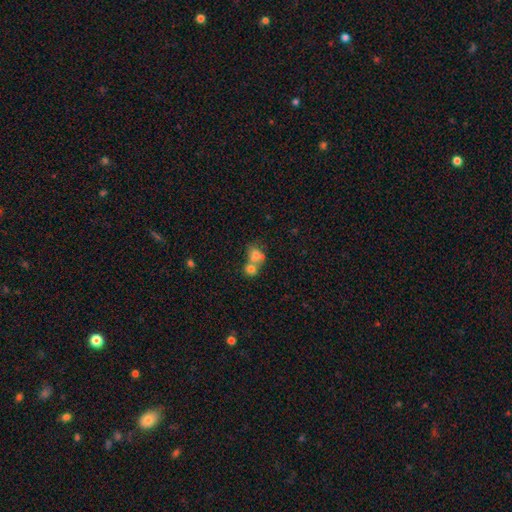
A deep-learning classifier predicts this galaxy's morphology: smooth 69%, featured or disk 18%, star or artifact 12%. Down the decision tree: how rounded — round (63%); merging — merger (64%).